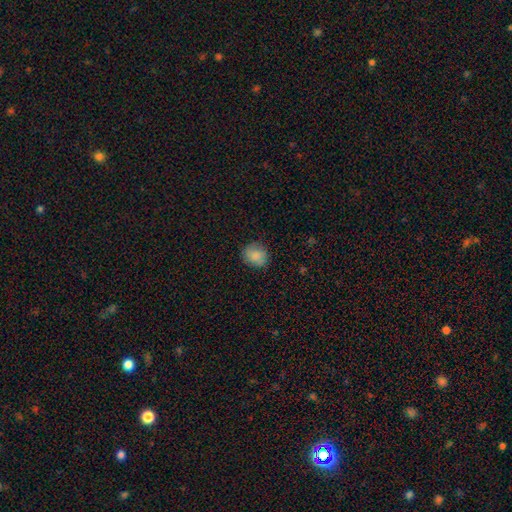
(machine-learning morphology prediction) Q: Smooth or featured?
A: smooth (85%); runner-up: star or artifact (8%)
Q: How rounded?
A: round (71%); runner-up: in between (28%)
Q: Merging?
A: none (83%); runner-up: minor disturbance (13%)